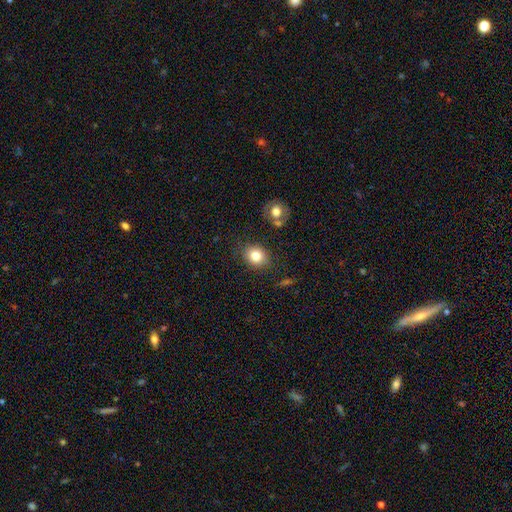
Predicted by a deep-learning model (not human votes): Smooth or featured? smooth (81%)
How rounded? round (60%)
Merging? none (82%)